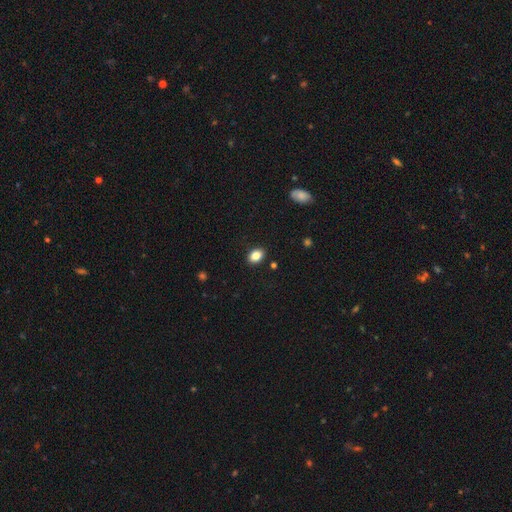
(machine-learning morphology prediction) smooth 84%, star or artifact 9%, featured or disk 7%. Down the decision tree: how rounded — in between (79%); merging — none (88%).